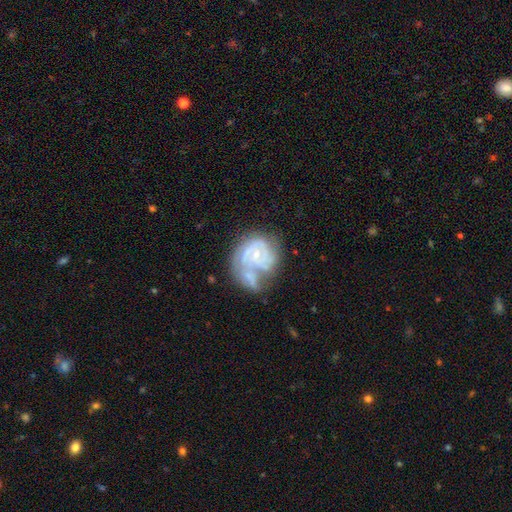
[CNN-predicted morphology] Smooth or featured: featured or disk — 76% (smooth — 17%)
Edge-on disk: no — 98% (yes — 2%)
Bar: no — 76% (weak — 20%)
Spiral arms: yes — 81% (no — 19%)
Spiral winding: tight — 62% (medium — 28%)
Spiral arm count: can't tell — 35% (2 — 25%)
Bulge size: small — 68% (moderate — 25%)
Merging: merger — 36% (none — 27%)